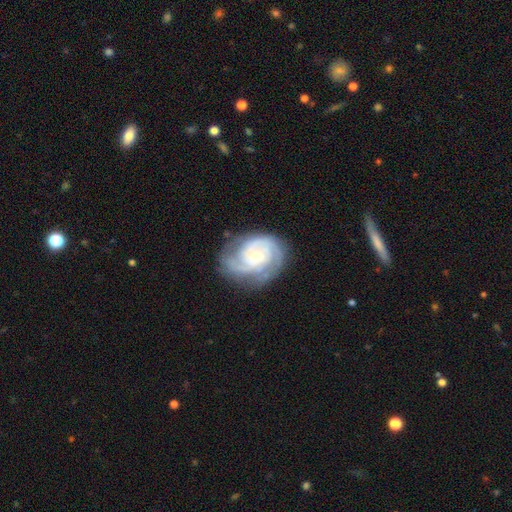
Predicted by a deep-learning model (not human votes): Q: Smooth or featured?
A: featured or disk (86%); runner-up: smooth (9%)
Q: Edge-on disk?
A: no (98%); runner-up: yes (2%)
Q: Bar?
A: no (70%); runner-up: weak (26%)
Q: Spiral arms?
A: yes (97%); runner-up: no (3%)
Q: Spiral winding?
A: tight (62%); runner-up: medium (32%)
Q: Spiral arm count?
A: 2 (38%); runner-up: 3 (28%)
Q: Bulge size?
A: small (59%); runner-up: moderate (36%)
Q: Merging?
A: none (69%); runner-up: minor disturbance (21%)